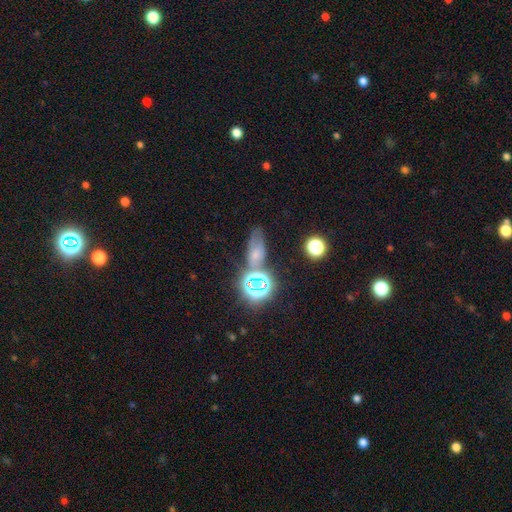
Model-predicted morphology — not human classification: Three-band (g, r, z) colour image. It shows a smooth galaxy with no disk features (44%). Merging: none (56%).